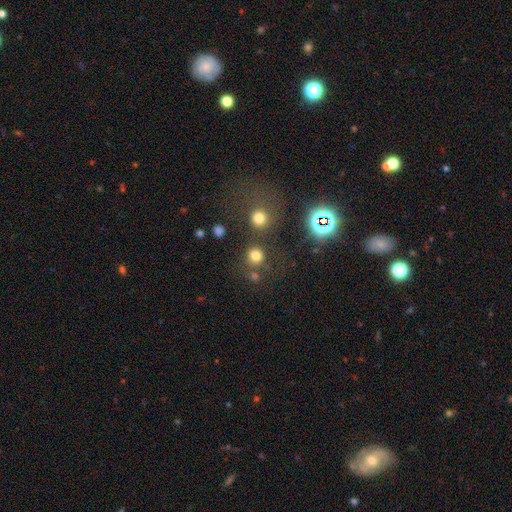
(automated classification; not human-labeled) The model was most divided on "smooth or featured": smooth: 75%, star or artifact: 19%, featured or disk: 6%. More confident: how rounded — round (89%); merging — none (72%).